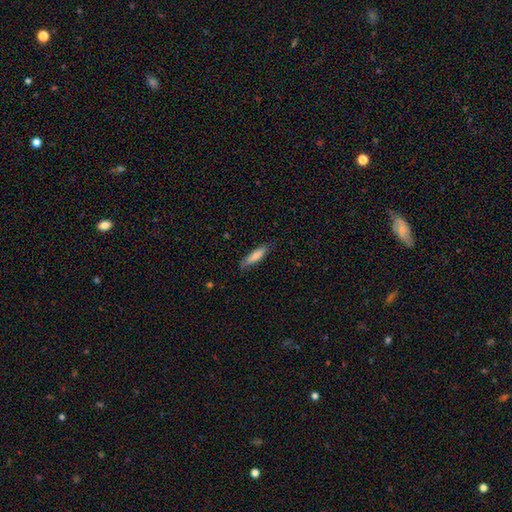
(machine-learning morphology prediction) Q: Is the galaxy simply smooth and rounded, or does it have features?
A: smooth — 81%.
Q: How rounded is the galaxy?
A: cigar-shaped — 71%.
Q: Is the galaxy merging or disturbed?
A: none — 79%.